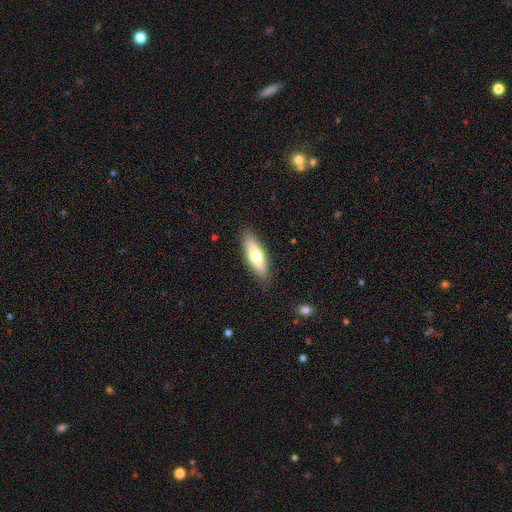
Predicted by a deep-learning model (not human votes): A smooth galaxy with no disk features (64%) that is in between round and cigar-shaped (53%).

Vote fractions:
- Smooth or featured? smooth: 64% / featured or disk: 30% / star or artifact: 6%
- How rounded? in between: 53% / cigar-shaped: 45% / round: 2%
- Merging? none: 88% / minor disturbance: 9% / major disturbance: 2% / merger: 1%